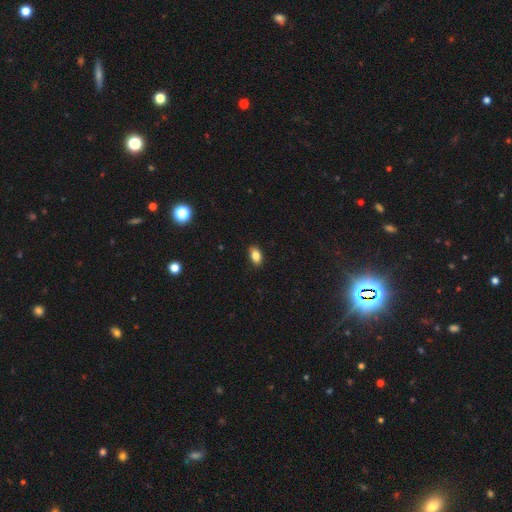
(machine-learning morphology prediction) Q: Smooth or featured?
A: smooth (85%); runner-up: star or artifact (9%)
Q: How rounded?
A: in between (89%); runner-up: round (9%)
Q: Merging?
A: none (86%); runner-up: minor disturbance (11%)